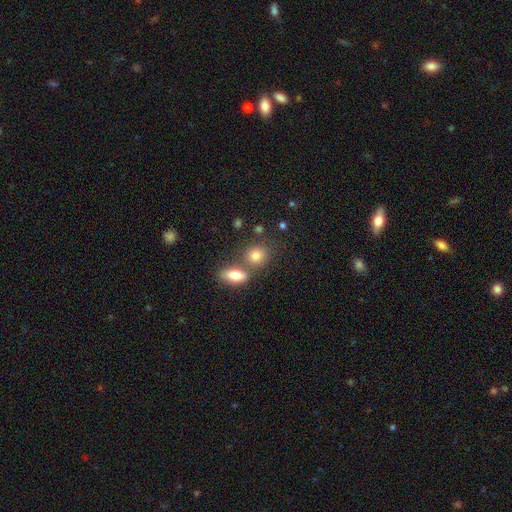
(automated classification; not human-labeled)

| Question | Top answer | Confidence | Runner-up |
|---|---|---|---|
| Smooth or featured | smooth | 80% | star or artifact (10%) |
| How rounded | round | 60% | in between (38%) |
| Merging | none | 53% | merger (33%) |